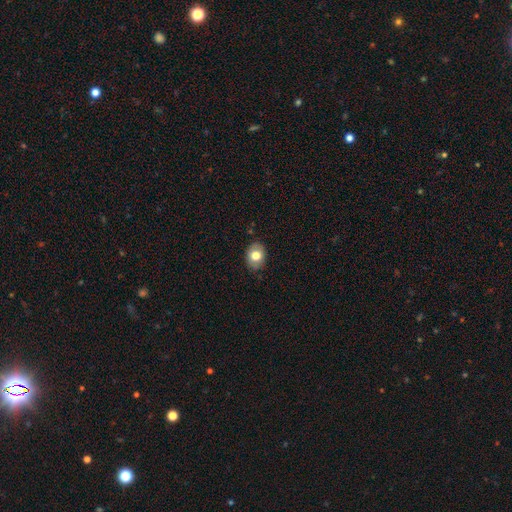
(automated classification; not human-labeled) smooth 75%, featured or disk 16%, star or artifact 9%. Down the decision tree: how rounded — in between (55%); merging — none (82%).